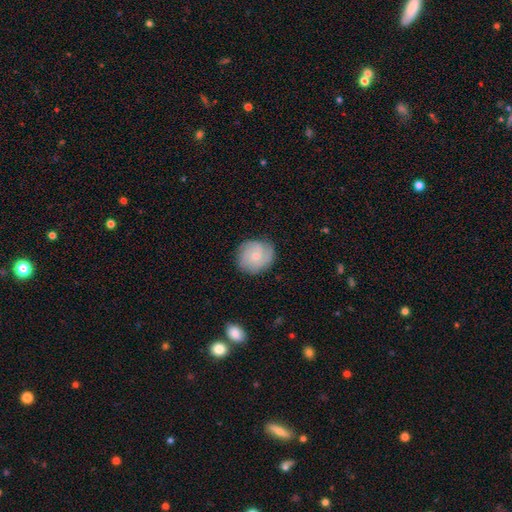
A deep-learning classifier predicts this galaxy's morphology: smooth_or_featured: featured or disk (p=0.54) [alt: smooth p=0.39]
disk_edge_on: no (p=0.98) [alt: yes p=0.02]
bar: no (p=0.75) [alt: weak p=0.22]
has_spiral_arms: yes (p=0.89) [alt: no p=0.11]
bulge_size: small (p=0.59) [alt: moderate p=0.36]
merging: none (p=0.81) [alt: minor disturbance p=0.14]